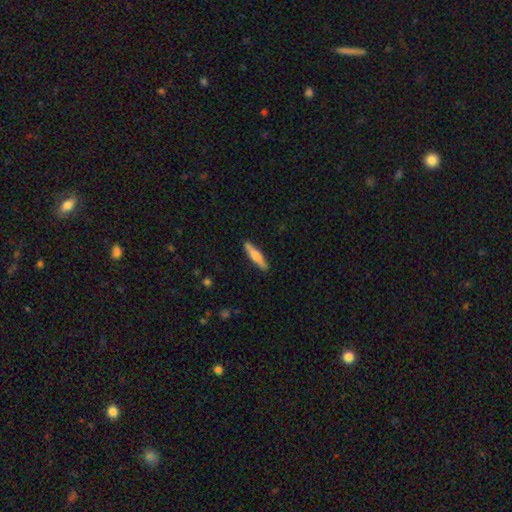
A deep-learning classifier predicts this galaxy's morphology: Overall: smooth (58%; featured or disk 37%). How rounded: cigar-shaped (85%). Merging: none (89%).